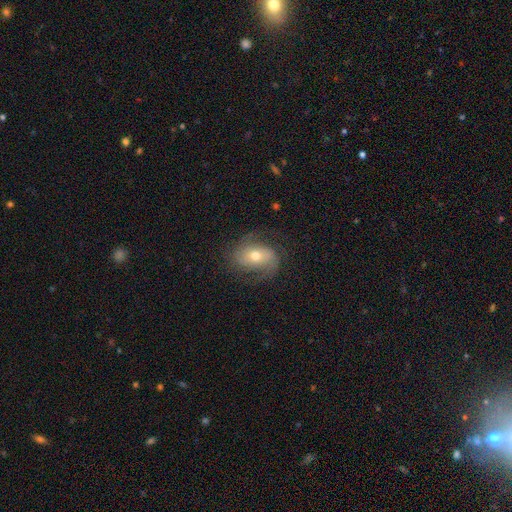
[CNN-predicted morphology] Smooth or featured?
  - featured or disk: 68% *
  - smooth: 24%
  - star or artifact: 8%
Edge-on disk?
  - no: 96% *
  - yes: 4%
Bar?
  - no: 54% *
  - weak: 31%
  - strong: 15%
Spiral arms?
  - yes: 89% *
  - no: 11%
Spiral winding?
  - medium: 44% *
  - loose: 30%
  - tight: 25%
Spiral arm count?
  - 2: 77% *
  - can't tell: 11%
  - 1: 5%
  - 3: 4%
  - 4: 1%
  - more than 4: 1%
Bulge size?
  - moderate: 62% *
  - small: 31%
  - large: 5%
  - dominant: 1%
  - none: 1%
Merging?
  - none: 68% *
  - minor disturbance: 19%
  - major disturbance: 12%
  - merger: 1%